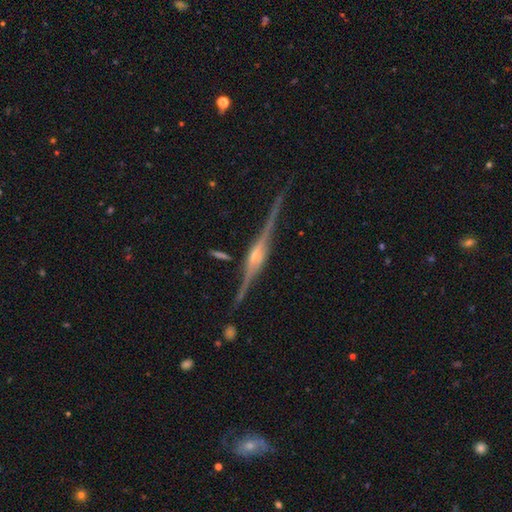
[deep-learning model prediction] This appears to be a featured or disk galaxy (89%) viewed edge-on (98%) with a rounded central bulge (78%). Merging: none (85%).